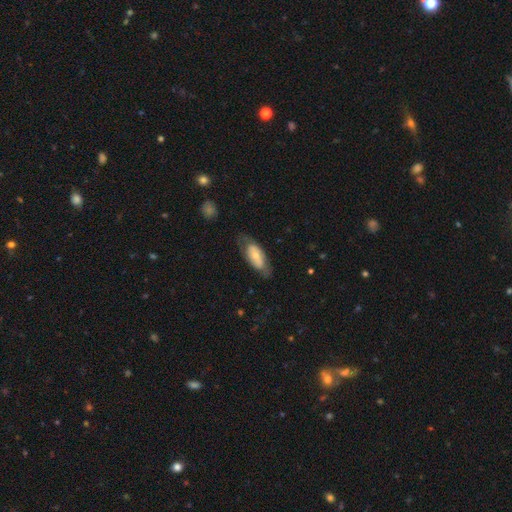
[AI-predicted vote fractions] This is possibly a smooth galaxy (53%). How rounded: clearly in between (82%). Merging: likely none (66%).